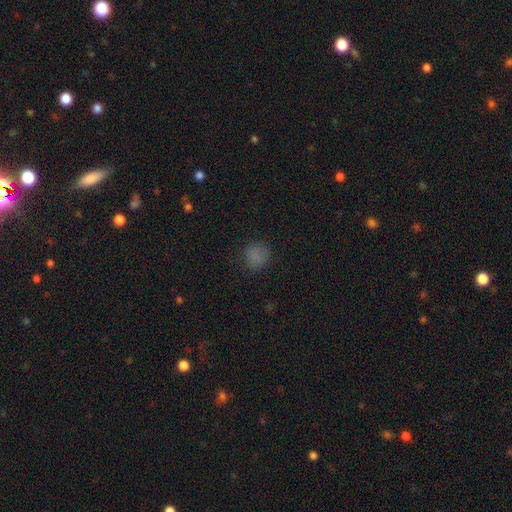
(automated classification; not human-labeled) Q: Smooth or featured?
A: smooth (78%); runner-up: star or artifact (17%)
Q: How rounded?
A: round (84%); runner-up: in between (15%)
Q: Merging?
A: none (81%); runner-up: minor disturbance (13%)